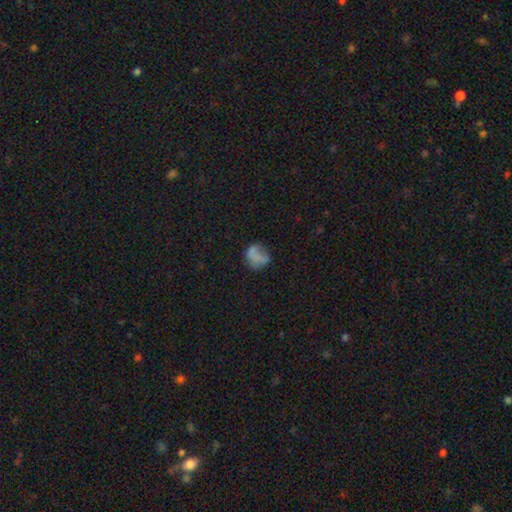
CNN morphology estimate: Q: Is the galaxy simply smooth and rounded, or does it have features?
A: smooth — 65%.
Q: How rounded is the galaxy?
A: round — 66%.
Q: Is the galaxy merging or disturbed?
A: none — 46%.